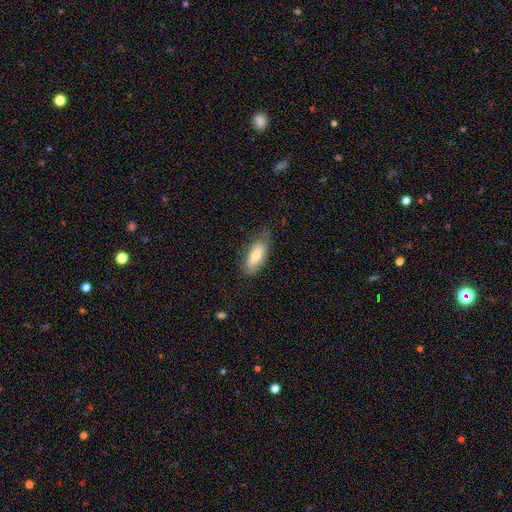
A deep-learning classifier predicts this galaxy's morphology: This appears to be a smooth galaxy with no disk features (71%) that is in between round and cigar-shaped (81%). Merging: none (68%).